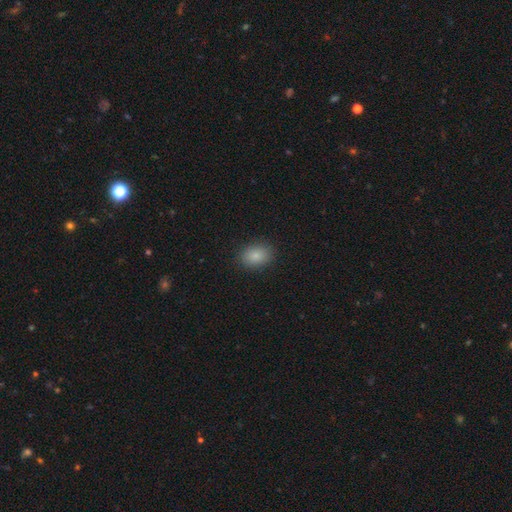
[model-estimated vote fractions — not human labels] Q: Smooth or featured?
A: smooth (86%); runner-up: star or artifact (9%)
Q: How rounded?
A: in between (69%); runner-up: round (30%)
Q: Merging?
A: none (88%); runner-up: minor disturbance (8%)